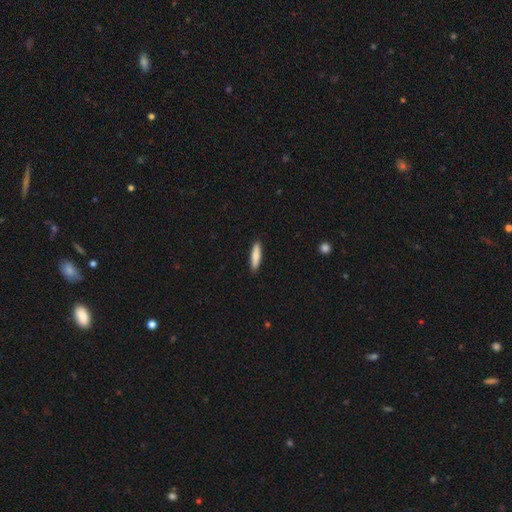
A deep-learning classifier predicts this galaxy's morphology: A smooth galaxy with no disk features (80%) that is cigar-shaped (82%). Merging: none (90%).